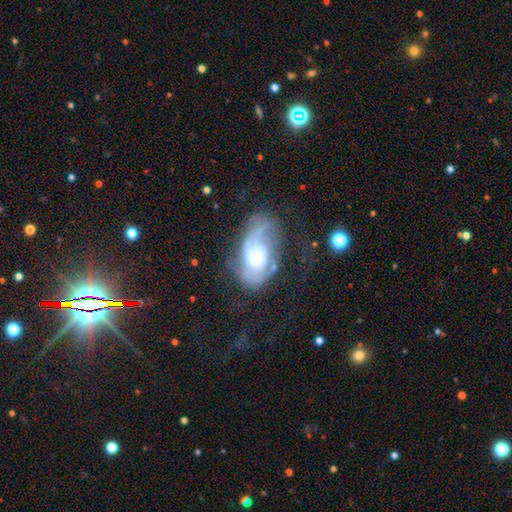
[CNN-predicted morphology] smooth_or_featured: featured or disk (p=0.76) [alt: smooth p=0.17]
disk_edge_on: no (p=0.97) [alt: yes p=0.03]
bar: no (p=0.65) [alt: weak p=0.29]
has_spiral_arms: yes (p=0.89) [alt: no p=0.11]
spiral_winding: medium (p=0.43) [alt: tight p=0.32]
spiral_arm_count: 2 (p=0.48) [alt: 1 p=0.24]
bulge_size: moderate (p=0.46) [alt: small p=0.34]
merging: none (p=0.41) [alt: major disturbance p=0.30]